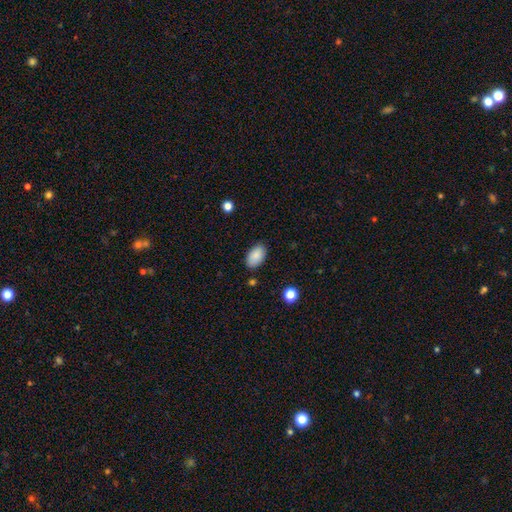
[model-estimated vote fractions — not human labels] Smooth or featured? Predicted: smooth (p=0.88). How rounded? Predicted: in between (p=0.95). Merging? Predicted: none (p=0.85).